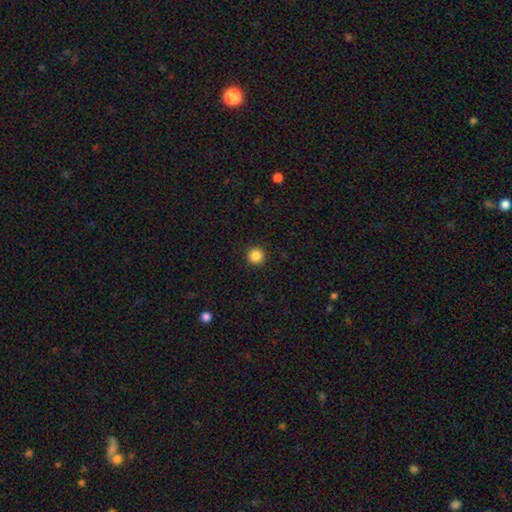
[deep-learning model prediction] Q: Smooth or featured?
A: smooth (86%); runner-up: star or artifact (11%)
Q: How rounded?
A: round (96%); runner-up: in between (3%)
Q: Merging?
A: none (93%); runner-up: minor disturbance (5%)